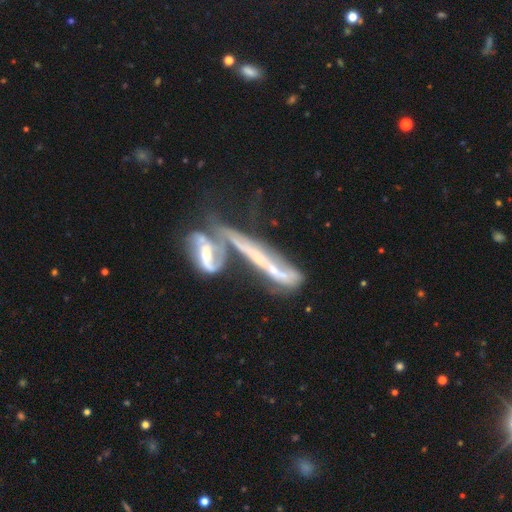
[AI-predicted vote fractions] Q: Smooth or featured?
A: featured or disk (63%); runner-up: smooth (28%)
Q: Edge-on disk?
A: no (51%); runner-up: yes (49%)
Q: Merging?
A: merger (61%); runner-up: none (16%)